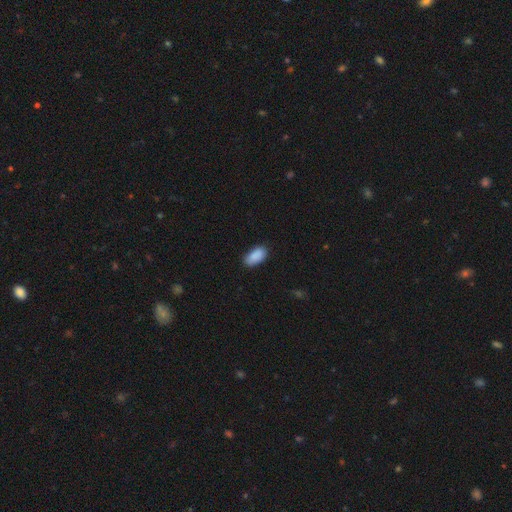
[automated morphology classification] Overall: smooth (90%). How rounded: in between (94%). Merging: none (83%).